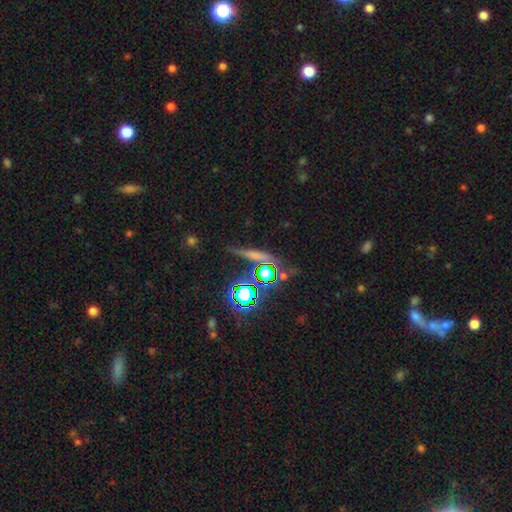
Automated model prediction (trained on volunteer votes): Q: Smooth or featured?
A: smooth (38%); runner-up: star or artifact (36%)
Q: Merging?
A: none (74%); runner-up: minor disturbance (15%)